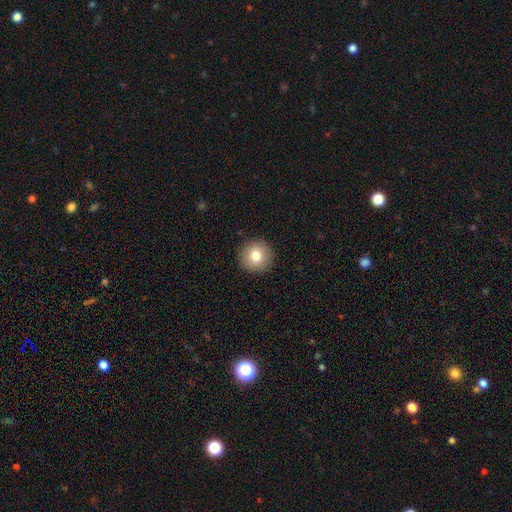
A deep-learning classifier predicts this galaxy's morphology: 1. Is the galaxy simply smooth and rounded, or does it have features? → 81% smooth, 10% featured or disk, 9% star or artifact.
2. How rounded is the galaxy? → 95% round, 4% in between, 1% cigar-shaped.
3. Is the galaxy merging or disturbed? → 92% none, 5% minor disturbance, 2% major disturbance, 1% merger.